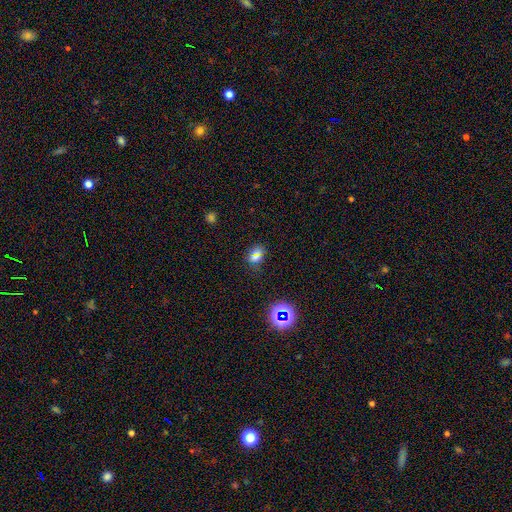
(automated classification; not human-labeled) This appears to be a smooth galaxy with no disk features (56%) that is in between round and cigar-shaped (55%). Merging: none (78%).